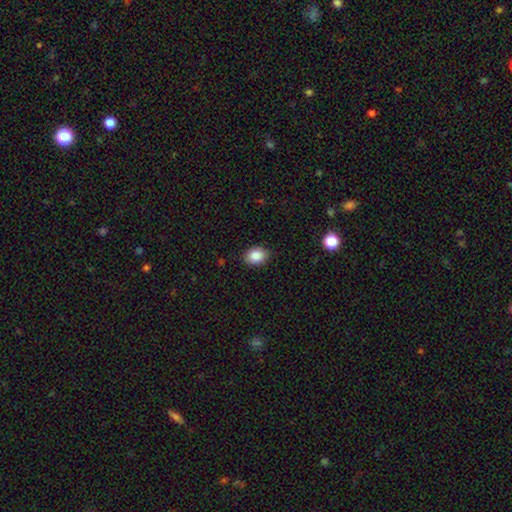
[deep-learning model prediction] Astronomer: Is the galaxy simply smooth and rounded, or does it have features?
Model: smooth — 87%.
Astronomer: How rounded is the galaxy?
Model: in between — 67%.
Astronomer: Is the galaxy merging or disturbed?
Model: none — 86%.